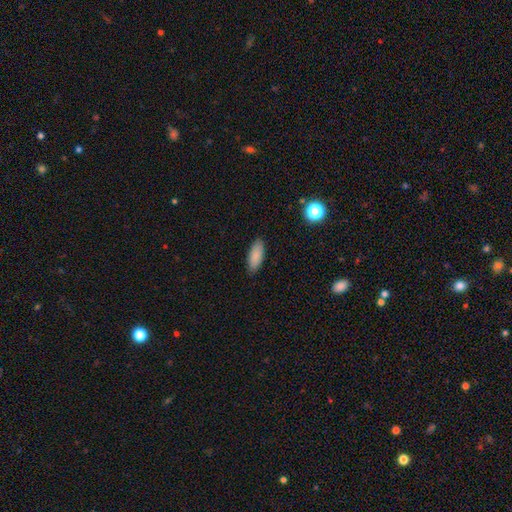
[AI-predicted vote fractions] smooth 88%, star or artifact 7%, featured or disk 5%. Down the decision tree: how rounded — in between (77%); merging — none (88%).